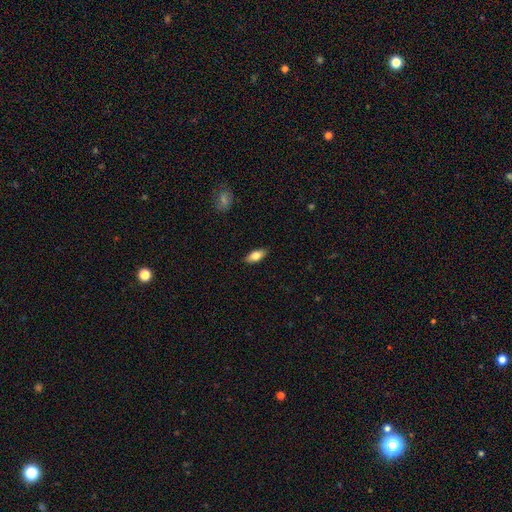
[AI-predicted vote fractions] Overall: smooth (78%). How rounded: in between (83%). Merging: none (88%).